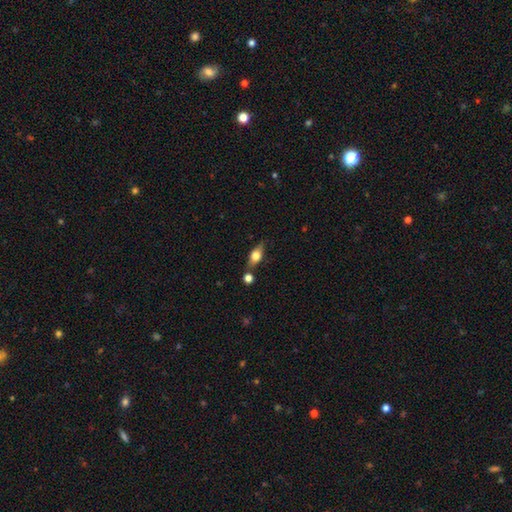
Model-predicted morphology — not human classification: Smooth or featured? smooth (56%)
How rounded? in between (70%)
Merging? none (69%)